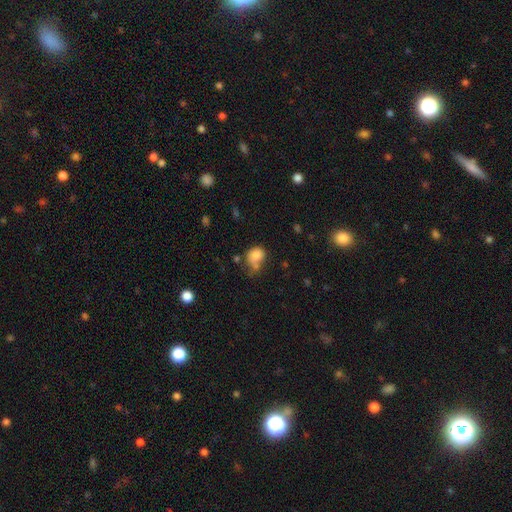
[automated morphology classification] This is clearly a smooth galaxy (80%). How rounded: likely round (62%). Merging: marginally none (41%).